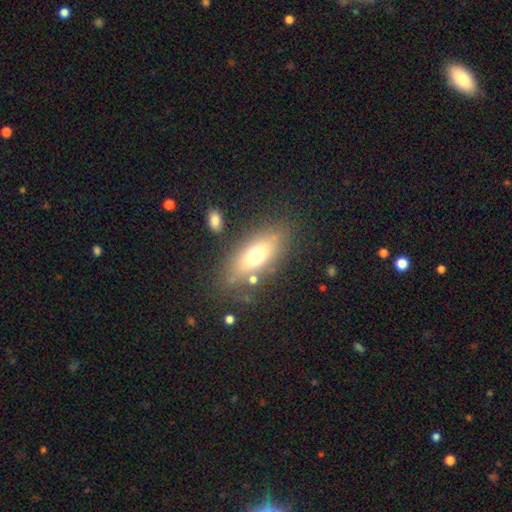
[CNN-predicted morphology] type=smooth (65%); roundness=in between (75%); merging=none (75%).